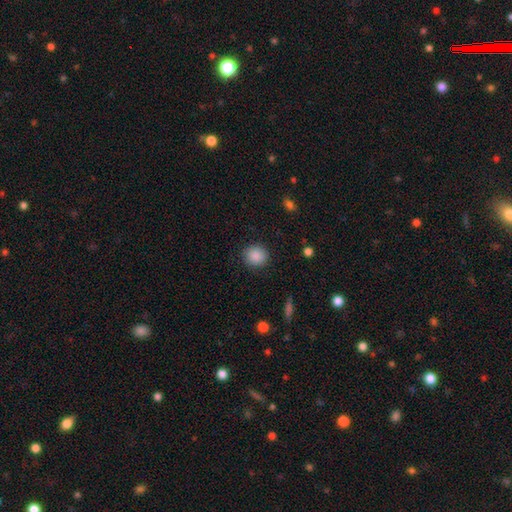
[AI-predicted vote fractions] This is clearly a smooth galaxy (89%). How rounded: clearly round (87%). Merging: clearly none (90%).